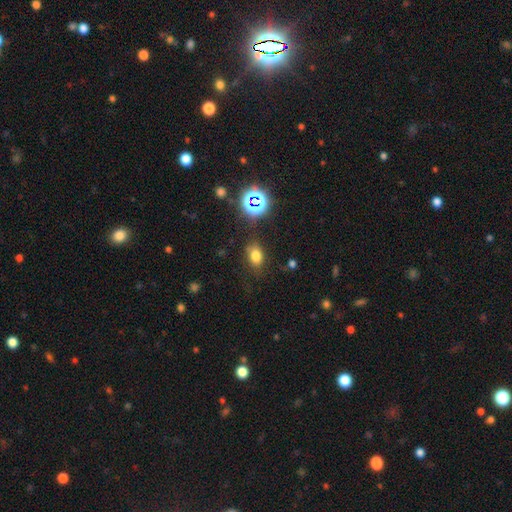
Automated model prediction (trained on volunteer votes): This is likely a smooth galaxy (72%). How rounded: likely in between (75%). Merging: likely none (75%).